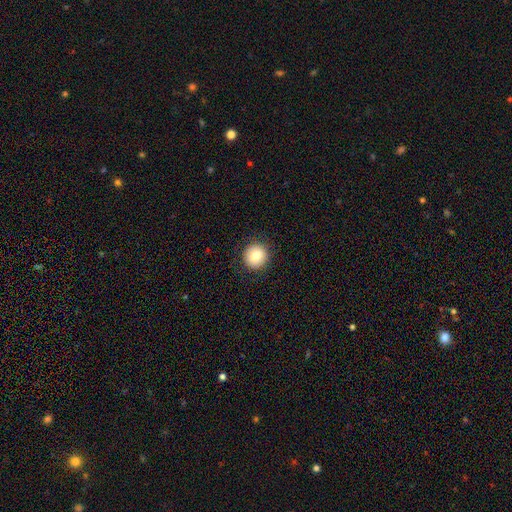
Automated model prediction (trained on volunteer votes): This is clearly a smooth galaxy (80%). How rounded: clearly round (93%). Merging: clearly none (90%).